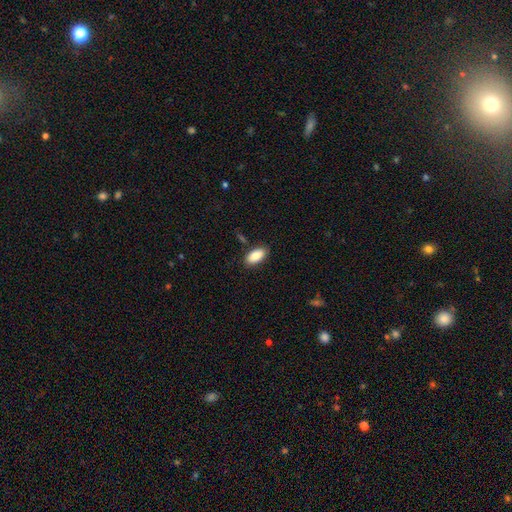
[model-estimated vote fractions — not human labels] Smooth or featured: smooth — 87% (featured or disk — 7%)
How rounded: in between — 93% (cigar-shaped — 5%)
Merging: none — 85% (minor disturbance — 10%)